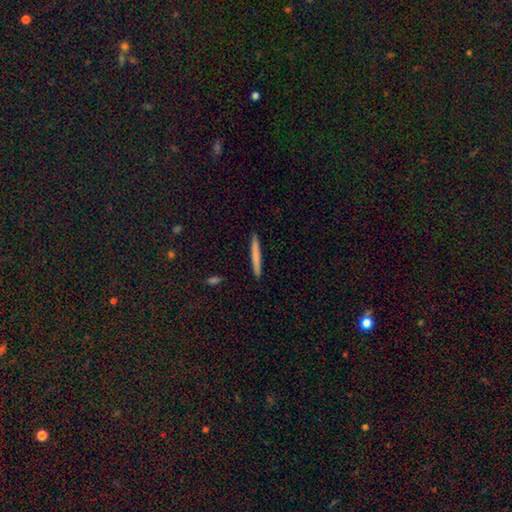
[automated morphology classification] smooth-or-featured: smooth: 73% | featured or disk: 22% | star or artifact: 6%
  how-rounded: cigar-shaped: 97% | in between: 2% | round: 1%
  merging: none: 92% | minor disturbance: 6% | major disturbance: 1% | merger: 1%